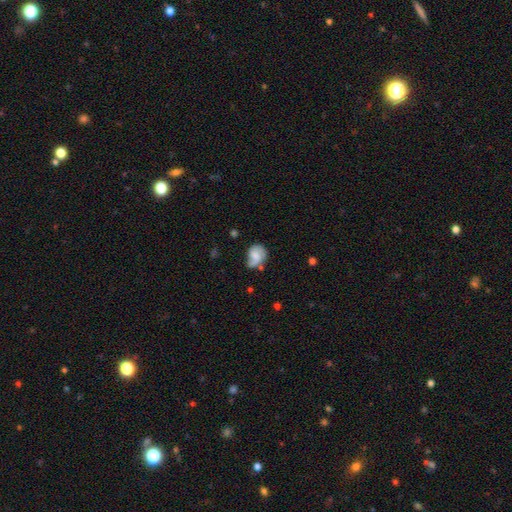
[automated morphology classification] This appears to be a featured or disk galaxy (49%). Merging: none (41%).